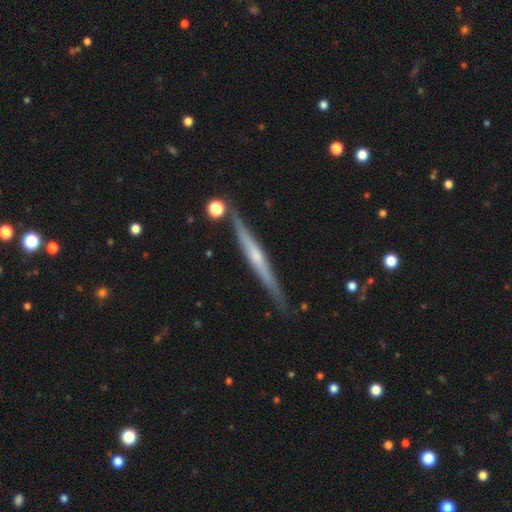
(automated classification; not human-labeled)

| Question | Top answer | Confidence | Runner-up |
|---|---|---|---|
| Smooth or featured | featured or disk | 72% | smooth (22%) |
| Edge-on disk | yes | 98% | no (2%) |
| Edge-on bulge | rounded | 54% | none (38%) |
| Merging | none | 87% | minor disturbance (9%) |